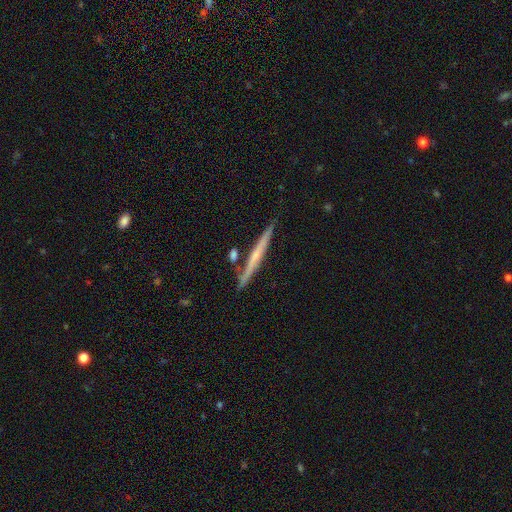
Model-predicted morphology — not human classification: This is likely a featured or disk galaxy (60%). It is clearly viewed edge-on (97%). Edge-on bulge: possibly none (59%). Merging: clearly none (82%).